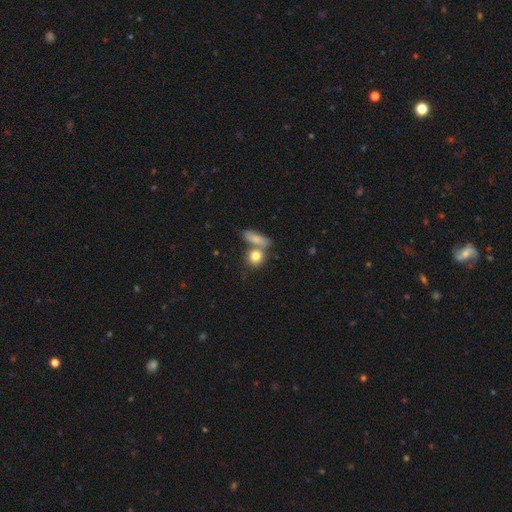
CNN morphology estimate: Smooth or featured? Predicted: smooth (p=0.80). How rounded? Predicted: round (p=0.66). Merging? Predicted: none (p=0.47).